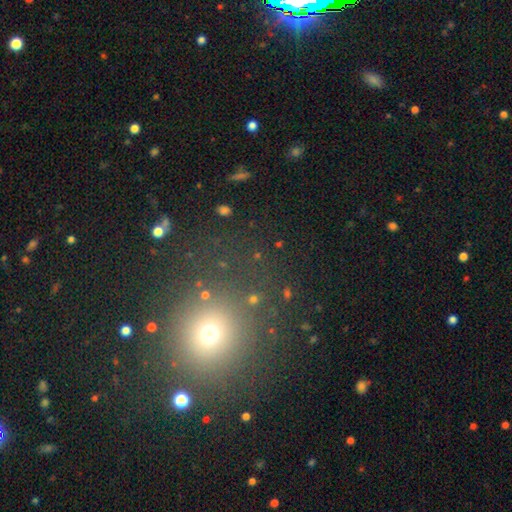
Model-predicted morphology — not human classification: Smooth or featured? Predicted: smooth (p=0.54). How rounded? Predicted: round (p=0.88). Merging? Predicted: none (p=0.82).